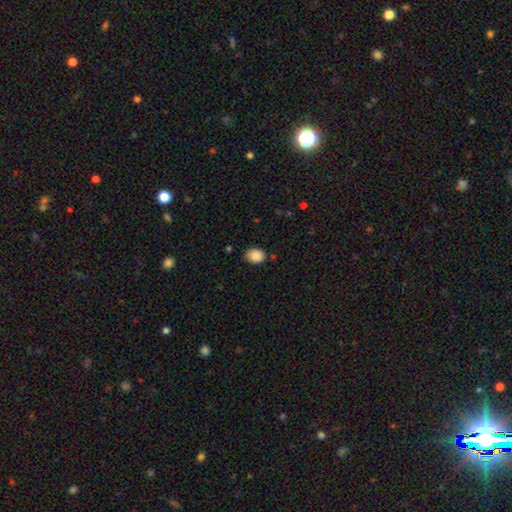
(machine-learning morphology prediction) This appears to be a smooth galaxy with no disk features (89%) that is in between round and cigar-shaped (62%). Merging: none (80%).